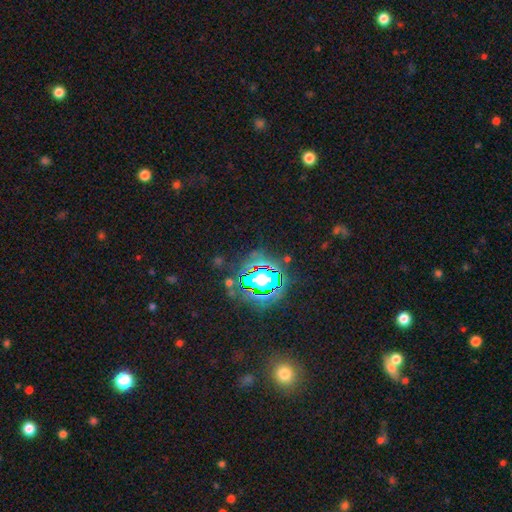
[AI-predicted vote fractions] The model was most divided on "smooth or featured": star or artifact: 74%, smooth: 16%, featured or disk: 10%.